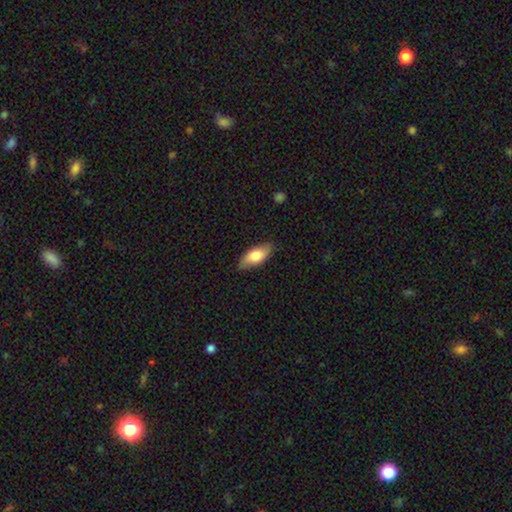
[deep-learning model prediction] Overall: smooth (76%). How rounded: in between (81%). Merging: none (84%).